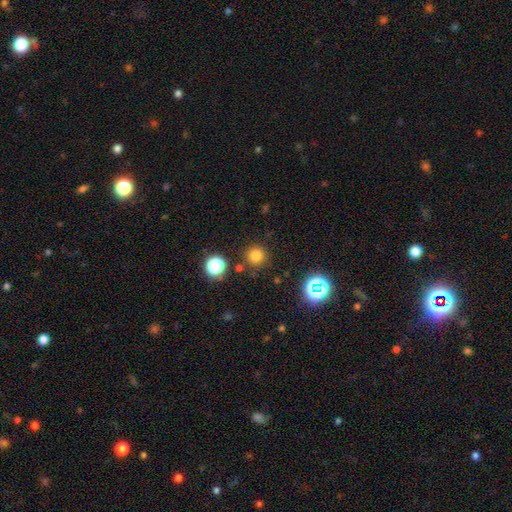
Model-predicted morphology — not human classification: Q: Smooth or featured?
A: smooth (76%); runner-up: star or artifact (18%)
Q: How rounded?
A: round (95%); runner-up: in between (4%)
Q: Merging?
A: none (85%); runner-up: minor disturbance (7%)